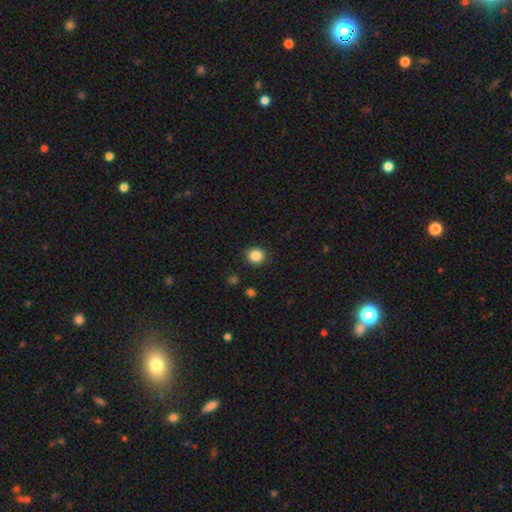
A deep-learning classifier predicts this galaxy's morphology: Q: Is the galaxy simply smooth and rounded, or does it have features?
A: smooth — 86%.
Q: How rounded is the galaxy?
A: round — 90%.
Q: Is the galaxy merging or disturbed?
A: none — 91%.